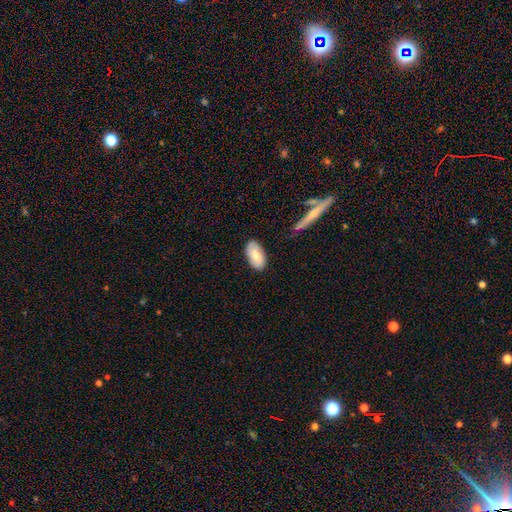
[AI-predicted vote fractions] Smooth or featured?
  - smooth: 72% *
  - featured or disk: 21%
  - star or artifact: 6%
How rounded?
  - in between: 94% *
  - cigar-shaped: 3%
  - round: 3%
Merging?
  - none: 80% *
  - minor disturbance: 15%
  - major disturbance: 3%
  - merger: 2%